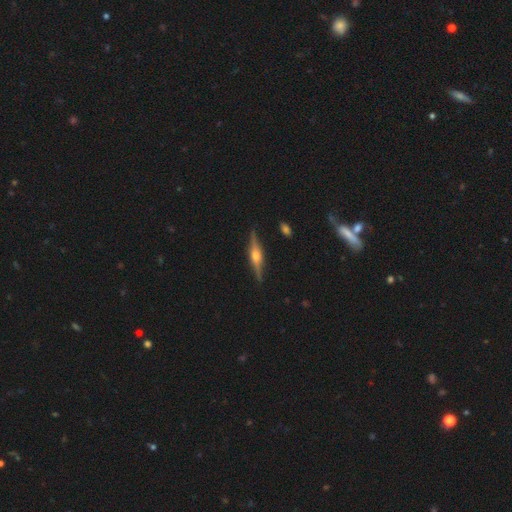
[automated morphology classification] This is likely a featured or disk galaxy (79%). It is clearly viewed edge-on (97%). Edge-on bulge: clearly rounded (89%). Merging: clearly none (89%).